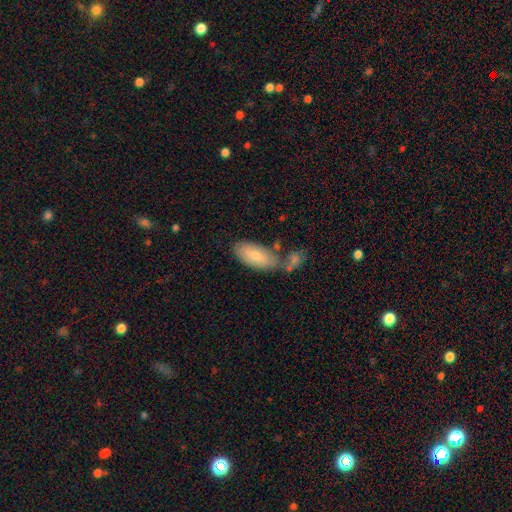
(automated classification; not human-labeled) This is likely a smooth galaxy (75%). How rounded: clearly in between (90%). Merging: possibly none (54%).